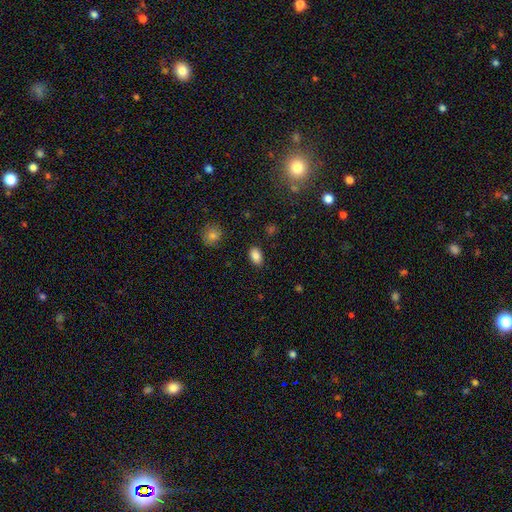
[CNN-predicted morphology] smooth 86%, star or artifact 9%, featured or disk 5%. Down the decision tree: how rounded — in between (89%); merging — none (87%).